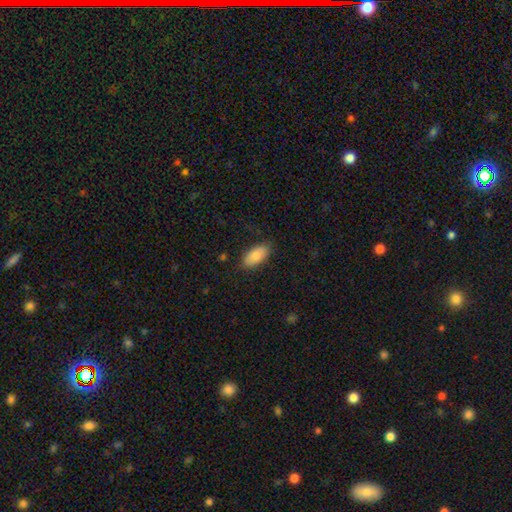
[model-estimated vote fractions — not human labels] smooth_or_featured: smooth (p=0.84) [alt: featured or disk p=0.10]
how_rounded: in between (p=0.92) [alt: cigar-shaped p=0.05]
merging: none (p=0.83) [alt: minor disturbance p=0.13]